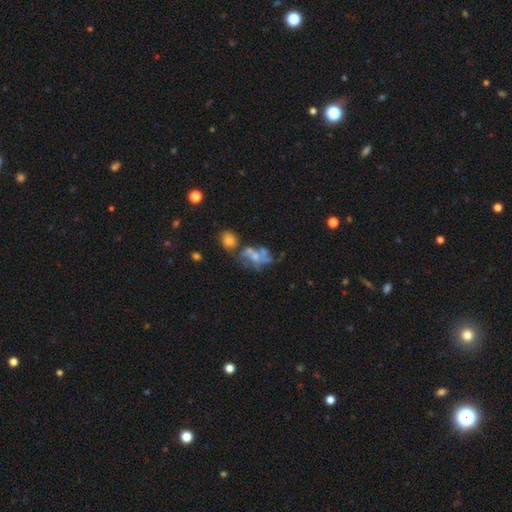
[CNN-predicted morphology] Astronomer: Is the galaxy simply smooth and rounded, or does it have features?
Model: featured or disk — 51% (runner-up: smooth, 36%).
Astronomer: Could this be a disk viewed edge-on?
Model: no — 96%.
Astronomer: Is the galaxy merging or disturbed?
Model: merger — 34% (runner-up: none, 26%).